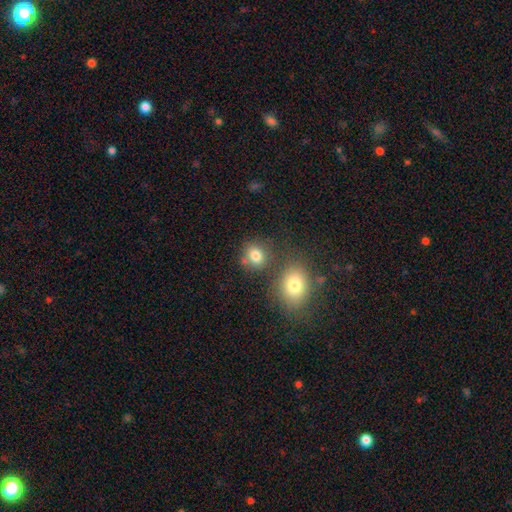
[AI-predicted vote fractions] Overall: smooth (78%). How rounded: round (66%; in between 33%). Merging: none (68%).